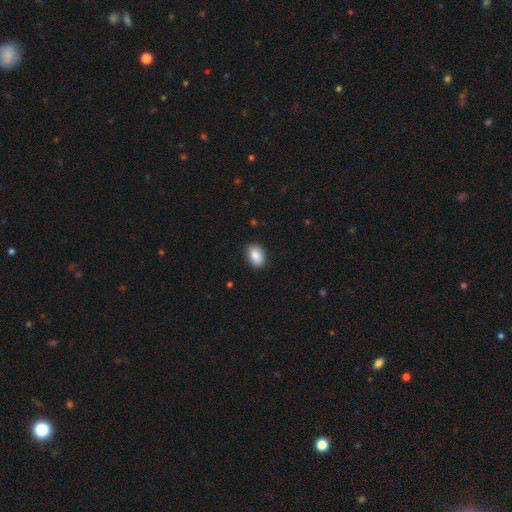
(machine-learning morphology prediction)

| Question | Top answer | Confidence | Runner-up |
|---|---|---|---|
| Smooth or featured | smooth | 89% | star or artifact (7%) |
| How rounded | in between | 88% | round (10%) |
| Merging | none | 88% | minor disturbance (9%) |